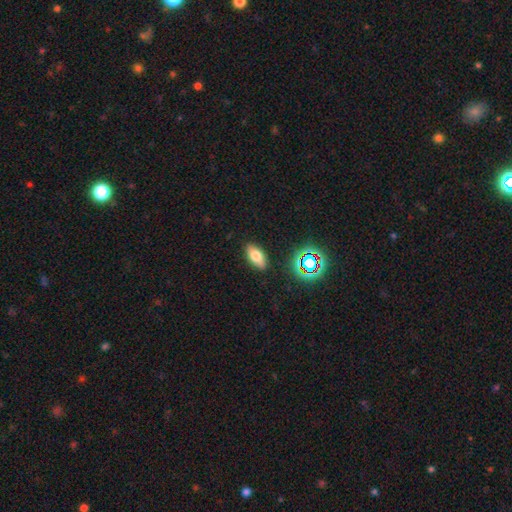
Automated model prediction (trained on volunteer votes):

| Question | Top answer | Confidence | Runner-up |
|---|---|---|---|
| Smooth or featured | smooth | 72% | featured or disk (15%) |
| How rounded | in between | 87% | cigar-shaped (8%) |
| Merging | none | 87% | minor disturbance (10%) |